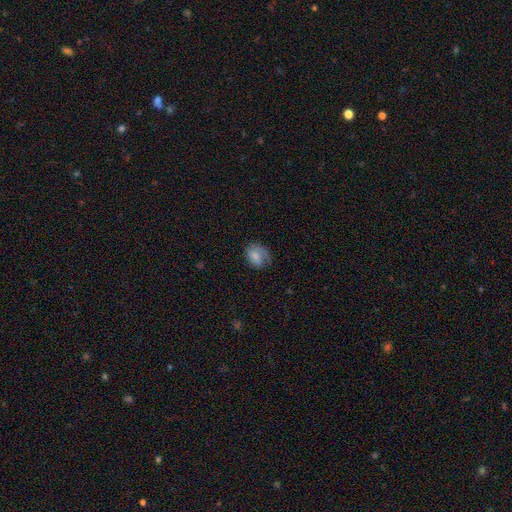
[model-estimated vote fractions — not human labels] smooth 68%, featured or disk 24%, star or artifact 9%. Down the decision tree: how rounded — in between (56%); merging — none (54%).